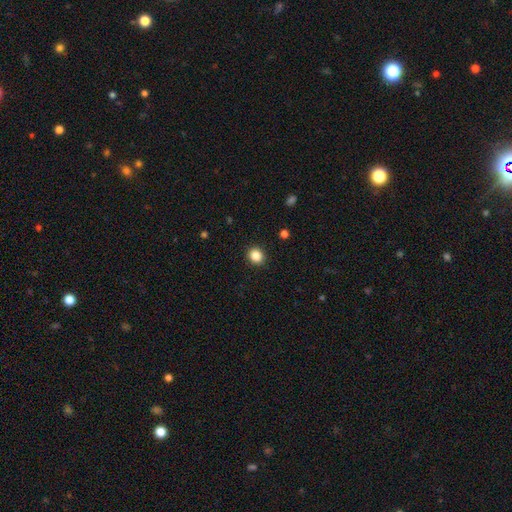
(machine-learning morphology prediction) smooth 86%, star or artifact 11%, featured or disk 4%. Down the decision tree: how rounded — round (78%); merging — none (91%).